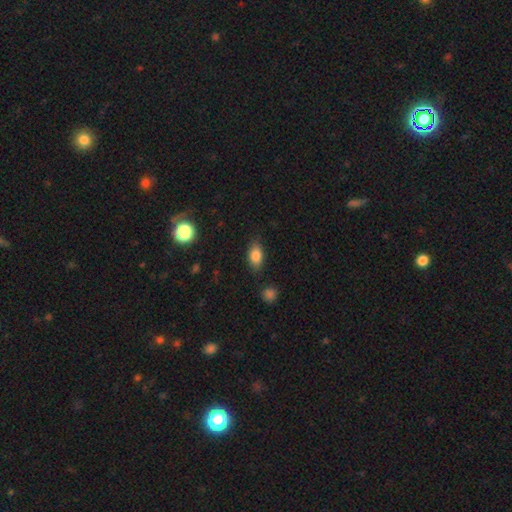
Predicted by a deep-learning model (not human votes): The model was most divided on "merging": none: 83%, minor disturbance: 12%, major disturbance: 3%, merger: 2%. More confident: how rounded — in between (86%); smooth or featured — smooth (82%).